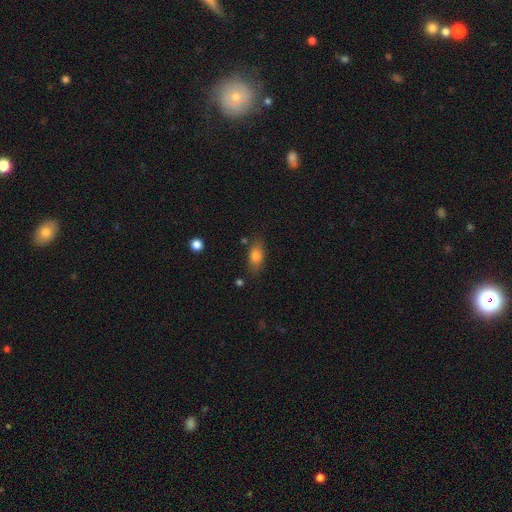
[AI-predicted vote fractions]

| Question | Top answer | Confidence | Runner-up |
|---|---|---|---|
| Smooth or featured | smooth | 79% | featured or disk (12%) |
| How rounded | in between | 84% | cigar-shaped (9%) |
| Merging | none | 78% | minor disturbance (15%) |